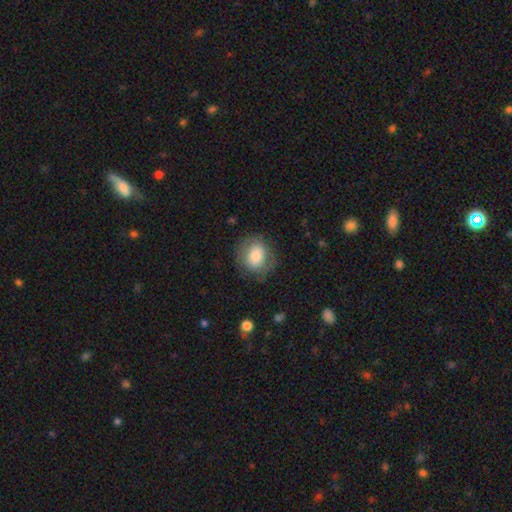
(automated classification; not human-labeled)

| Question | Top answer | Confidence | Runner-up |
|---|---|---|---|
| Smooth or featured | smooth | 74% | featured or disk (19%) |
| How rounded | round | 65% | in between (34%) |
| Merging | none | 74% | minor disturbance (17%) |